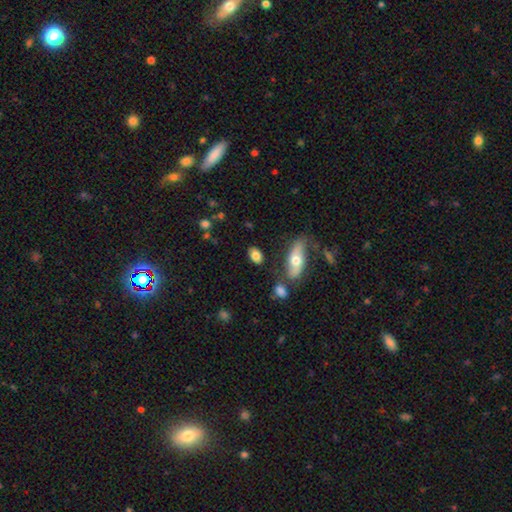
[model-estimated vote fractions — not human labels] Morphology: type=smooth (79%); roundness=in between (87%); merging=none (77%).